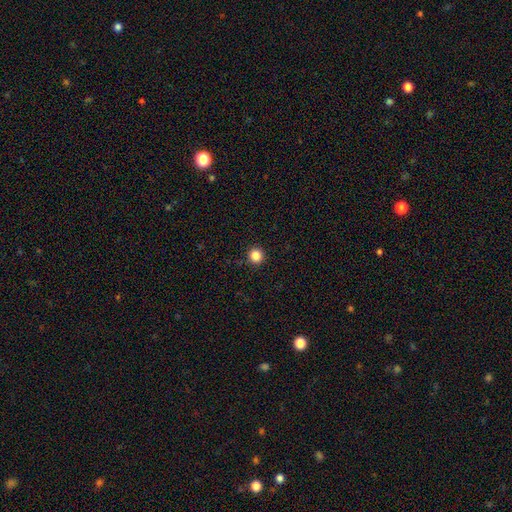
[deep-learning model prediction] Smooth or featured? smooth (86%)
How rounded? round (95%)
Merging? none (92%)